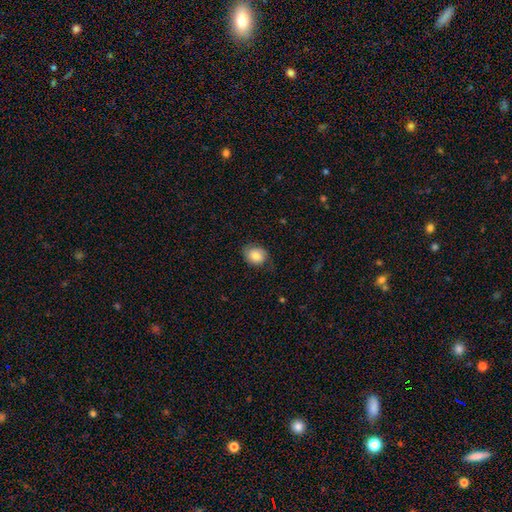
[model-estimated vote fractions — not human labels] Smooth or featured?
  - smooth: 71% *
  - featured or disk: 21%
  - star or artifact: 8%
How rounded?
  - round: 55% *
  - in between: 45%
  - cigar-shaped: 1%
Merging?
  - none: 68% *
  - minor disturbance: 23%
  - major disturbance: 8%
  - merger: 1%